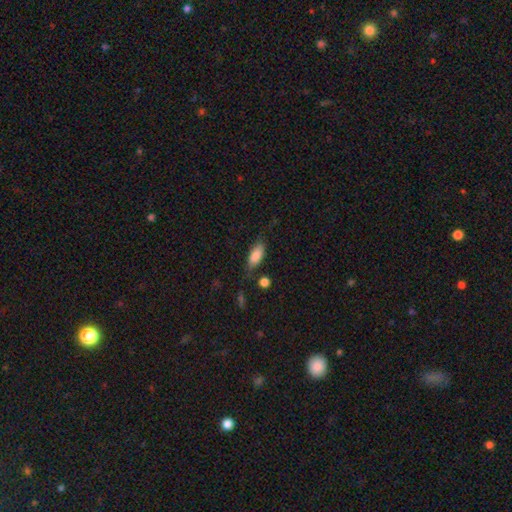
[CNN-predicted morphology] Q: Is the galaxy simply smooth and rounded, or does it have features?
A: smooth — 81%.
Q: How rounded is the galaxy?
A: in between — 82%.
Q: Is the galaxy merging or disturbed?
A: none — 60%.